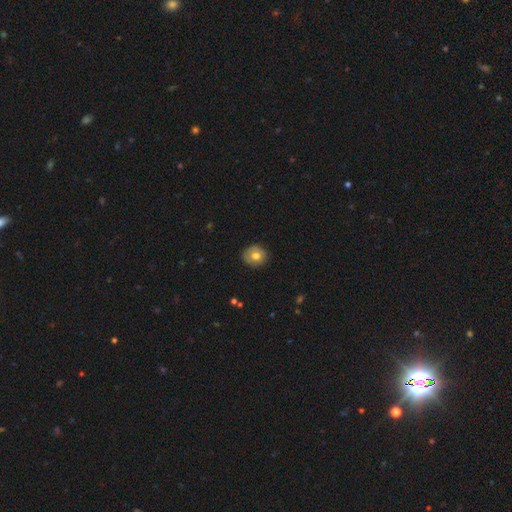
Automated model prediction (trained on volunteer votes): The model was most divided on "smooth or featured": smooth: 71%, featured or disk: 21%, star or artifact: 8%. More confident: merging — none (85%); how rounded — round (78%).